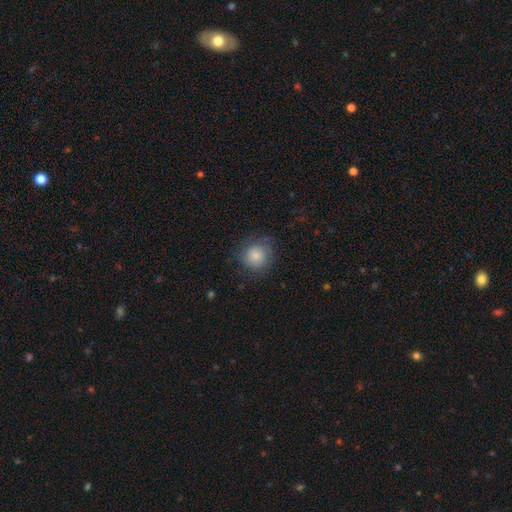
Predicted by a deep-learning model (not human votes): smooth-or-featured: smooth: 82% | featured or disk: 10% | star or artifact: 8%
  how-rounded: round: 90% | in between: 9% | cigar-shaped: 1%
  merging: none: 76% | minor disturbance: 16% | major disturbance: 7% | merger: 1%